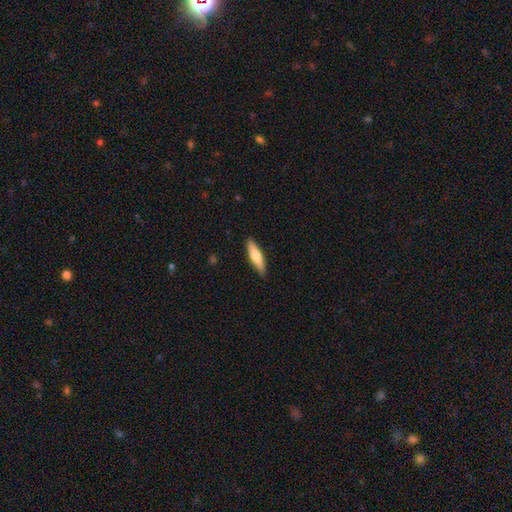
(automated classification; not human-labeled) This appears to be a smooth galaxy with no disk features (66%) that is cigar-shaped (69%). Merging: none (88%).